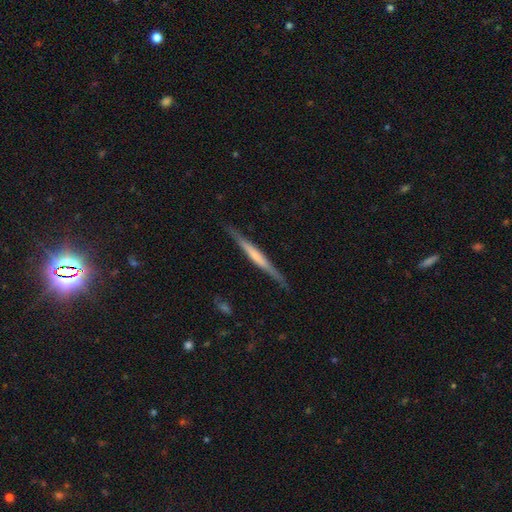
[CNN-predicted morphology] Overall: featured or disk (61%; smooth 34%). Edge-on disk: yes (97%). Edge-on bulge: none (55%; rounded 24%). Merging: none (88%).